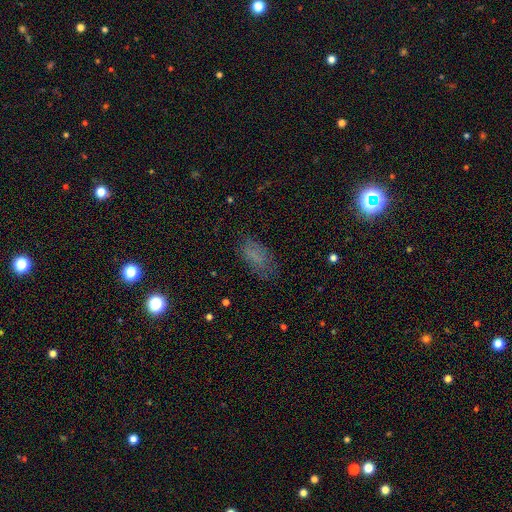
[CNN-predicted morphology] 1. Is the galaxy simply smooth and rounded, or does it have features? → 61% smooth, 20% star or artifact, 19% featured or disk.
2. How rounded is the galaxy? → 87% in between, 7% cigar-shaped, 6% round.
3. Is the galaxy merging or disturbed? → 64% none, 22% minor disturbance, 12% major disturbance, 2% merger.